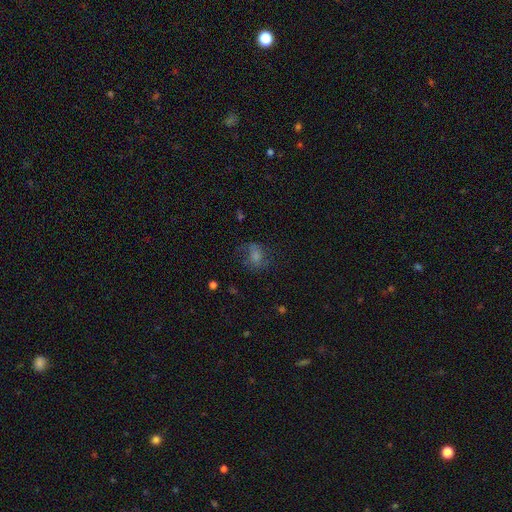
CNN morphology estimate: This is possibly a smooth galaxy (58%). How rounded: possibly in between (51%). Merging: possibly none (52%).